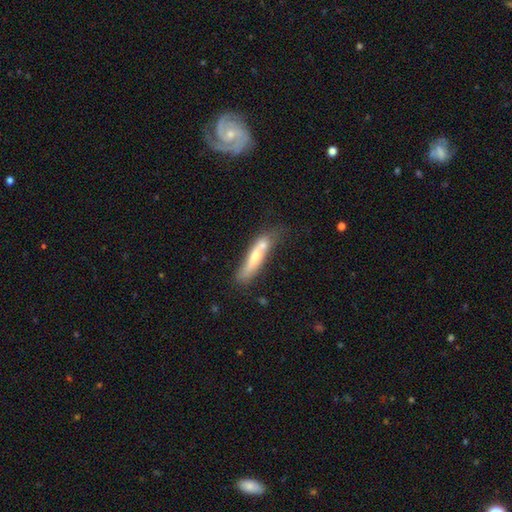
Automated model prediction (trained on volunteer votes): Q: Smooth or featured?
A: smooth (53%); runner-up: featured or disk (41%)
Q: How rounded?
A: cigar-shaped (83%); runner-up: in between (15%)
Q: Merging?
A: none (50%); runner-up: minor disturbance (21%)